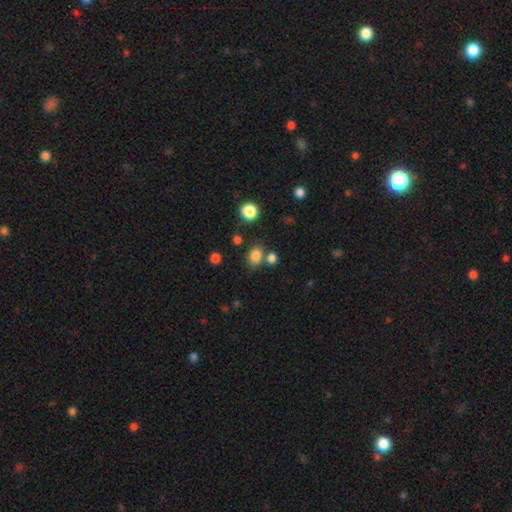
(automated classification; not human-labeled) Smooth or featured? Predicted: smooth (p=0.81). How rounded? Predicted: in between (p=0.55). Merging? Predicted: none (p=0.66).